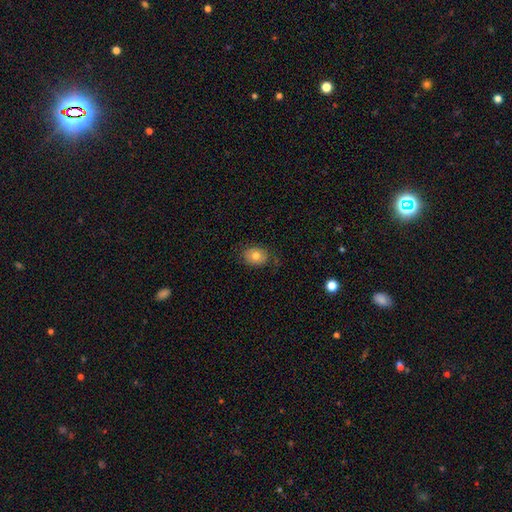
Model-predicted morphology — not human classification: The model was most divided on "how rounded": in between: 51%, round: 48%, cigar-shaped: 1%. More confident: merging — none (79%); smooth or featured — smooth (76%).